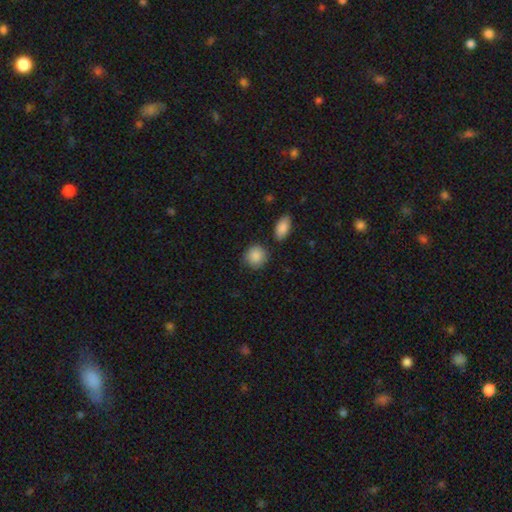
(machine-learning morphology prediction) smooth_or_featured: smooth (p=0.89) [alt: star or artifact p=0.07]
how_rounded: round (p=0.82) [alt: in between p=0.17]
merging: none (p=0.80) [alt: minor disturbance p=0.12]